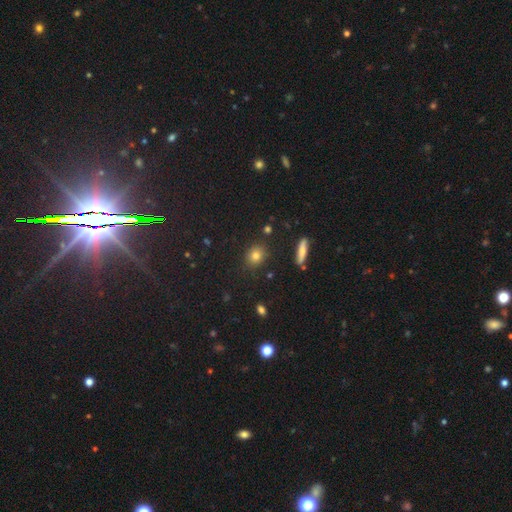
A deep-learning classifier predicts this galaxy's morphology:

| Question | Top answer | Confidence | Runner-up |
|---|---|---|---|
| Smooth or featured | smooth | 77% | star or artifact (14%) |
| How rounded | round | 63% | in between (35%) |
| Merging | none | 85% | minor disturbance (9%) |